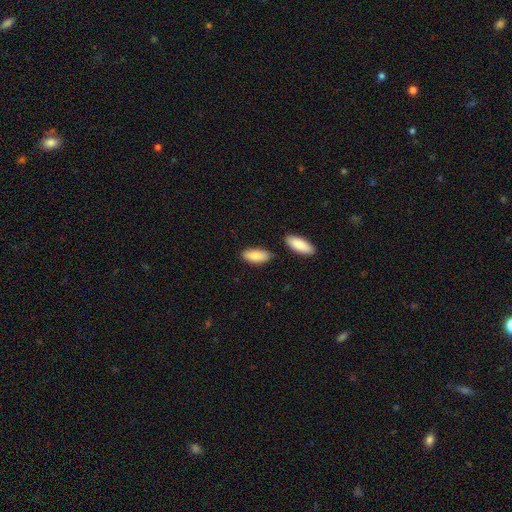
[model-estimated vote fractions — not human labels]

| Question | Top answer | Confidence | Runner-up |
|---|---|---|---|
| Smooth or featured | smooth | 86% | featured or disk (8%) |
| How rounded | in between | 86% | cigar-shaped (12%) |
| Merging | none | 76% | minor disturbance (13%) |